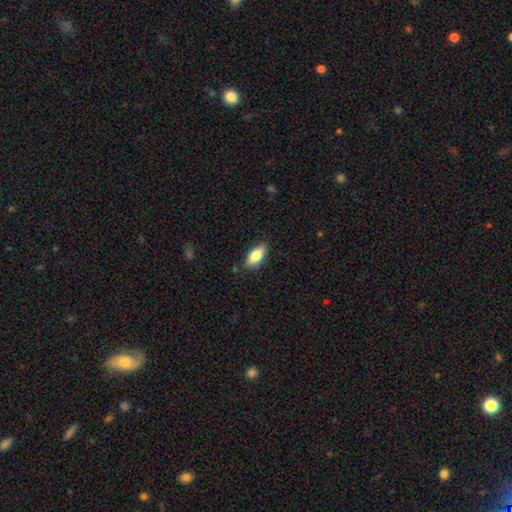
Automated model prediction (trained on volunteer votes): Morphology: type=smooth (79%); roundness=in between (83%); merging=none (85%).